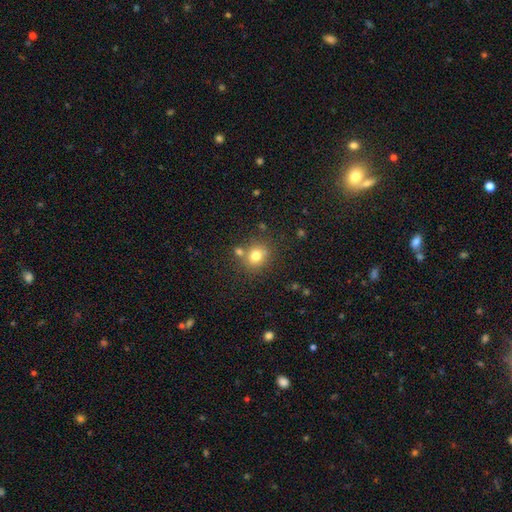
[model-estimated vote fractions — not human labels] A smooth galaxy with no disk features (77%) that is round (77%).

Vote fractions:
- Smooth or featured? smooth: 77% / star or artifact: 14% / featured or disk: 10%
- How rounded? round: 77% / in between: 22% / cigar-shaped: 1%
- Merging? none: 68% / merger: 17% / minor disturbance: 11% / major disturbance: 4%